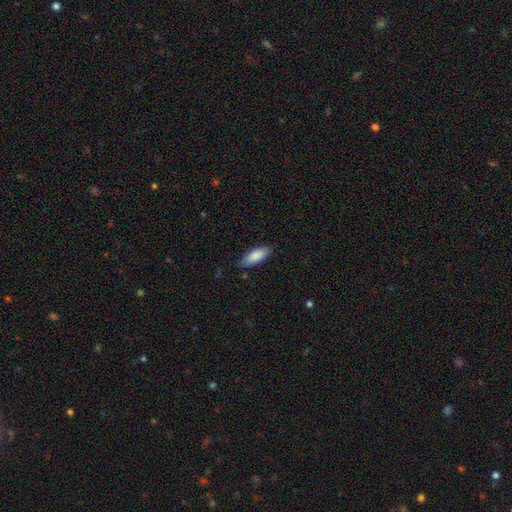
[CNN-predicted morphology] This appears to be a smooth galaxy with no disk features (87%) that is in between round and cigar-shaped (76%). Merging: none (81%).